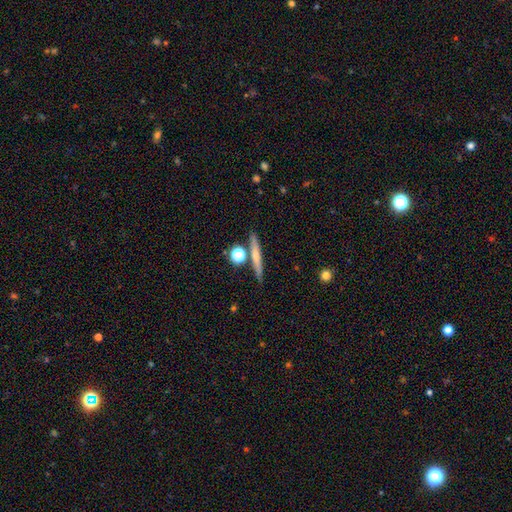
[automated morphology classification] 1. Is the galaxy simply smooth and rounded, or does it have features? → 49% smooth, 41% featured or disk, 9% star or artifact.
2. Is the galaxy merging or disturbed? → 80% none, 9% merger, 9% minor disturbance, 3% major disturbance.